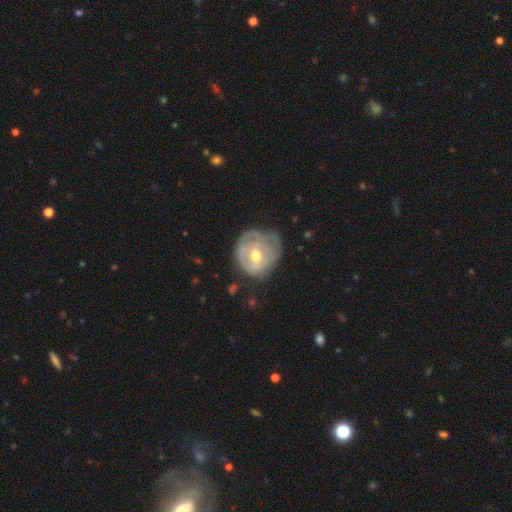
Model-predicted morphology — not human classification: This appears to be a featured or disk galaxy (63%) with no bar (56%), spiral arms (59%) and a moderate central bulge (64%). Merging: none (48%).